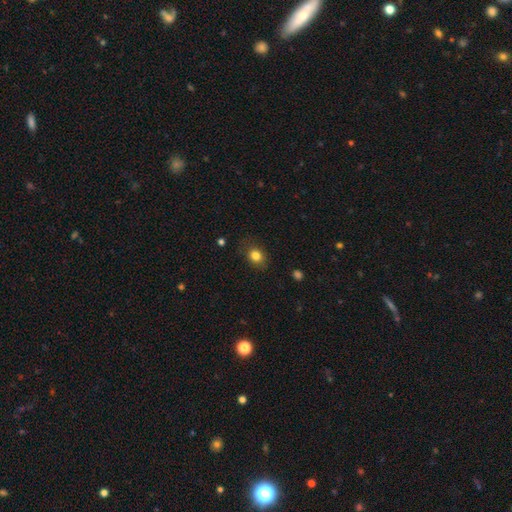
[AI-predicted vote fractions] This appears to be a smooth galaxy with no disk features (82%) that is round (52%). Merging: none (79%).